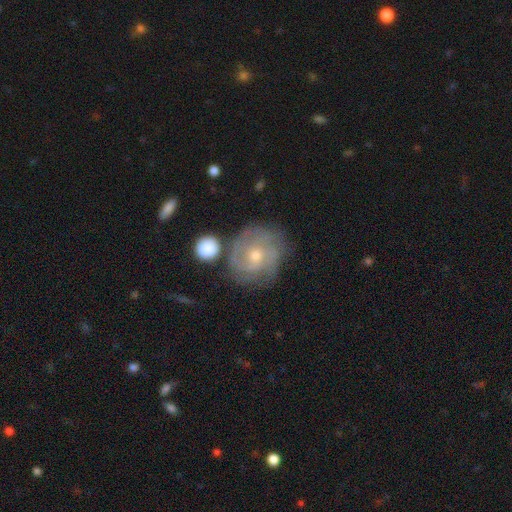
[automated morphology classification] A featured or disk galaxy (74%) with no bar (72%), tight (58%) spiral arms (89%) and a moderate central bulge (50%). Merging: none (66%).